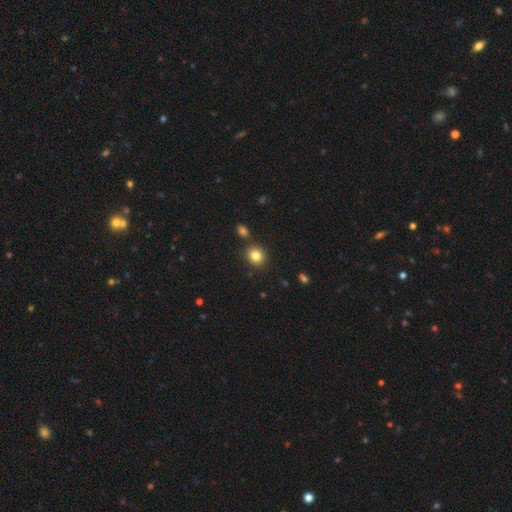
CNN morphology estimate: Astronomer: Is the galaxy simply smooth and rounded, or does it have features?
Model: smooth — 82%.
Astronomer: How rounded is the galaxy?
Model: round — 76%.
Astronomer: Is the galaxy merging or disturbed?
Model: none — 80%.